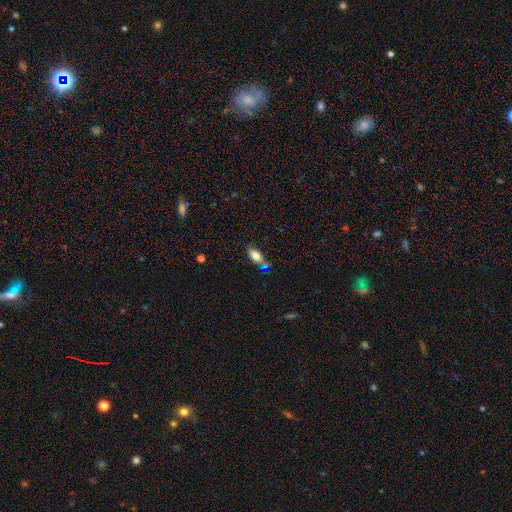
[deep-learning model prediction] This is likely a smooth galaxy (72%). How rounded: clearly in between (82%). Merging: possibly none (49%).